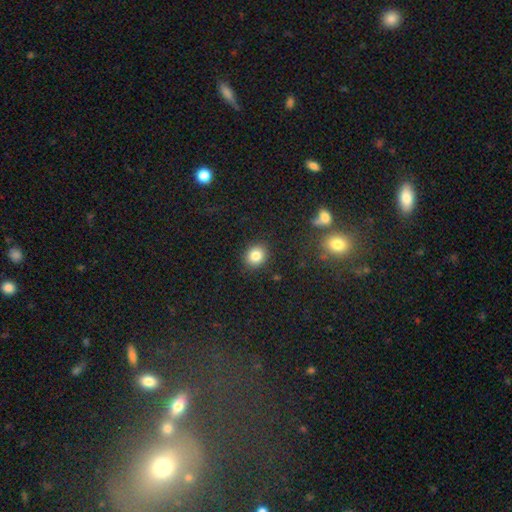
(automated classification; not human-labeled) A smooth galaxy with no disk features (83%) that is round (71%).

Vote fractions:
- Smooth or featured? smooth: 83% / star or artifact: 11% / featured or disk: 6%
- How rounded? round: 71% / in between: 28% / cigar-shaped: 1%
- Merging? none: 89% / minor disturbance: 8% / major disturbance: 2% / merger: 1%